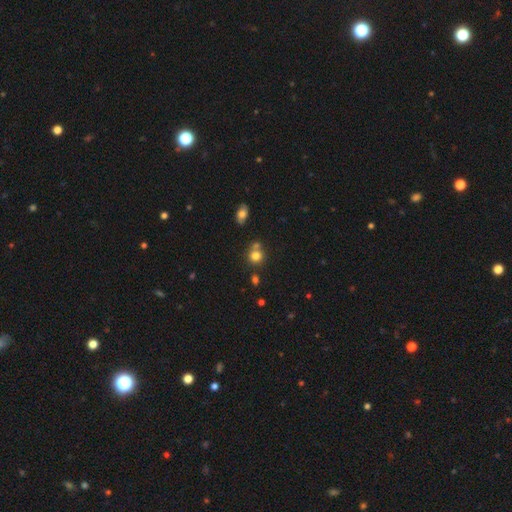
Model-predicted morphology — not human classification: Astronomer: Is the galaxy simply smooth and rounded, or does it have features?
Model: smooth — 78%.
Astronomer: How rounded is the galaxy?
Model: round — 85%.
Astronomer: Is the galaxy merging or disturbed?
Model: none — 62%.